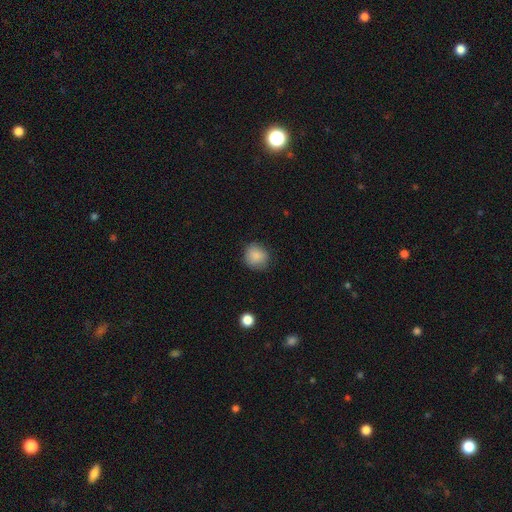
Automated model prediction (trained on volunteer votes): Morphology: type=smooth (87%); roundness=round (84%); merging=none (80%).